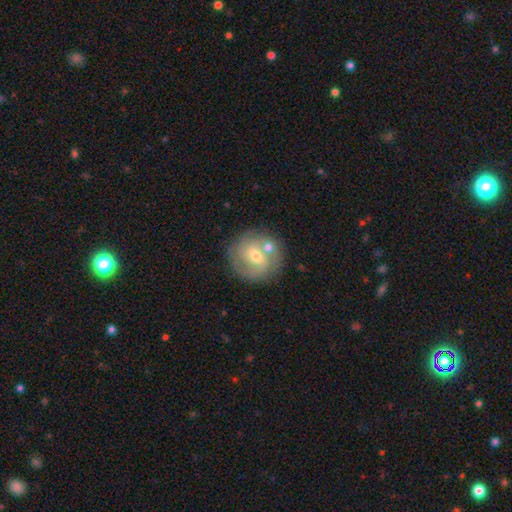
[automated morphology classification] smooth-or-featured: featured or disk: 64% | smooth: 28% | star or artifact: 8%
  disk-edge-on: no: 96% | yes: 4%
    bar: weak: 50% | no: 33% | strong: 17%
    has-spiral-arms: yes: 78% | no: 22%
    bulge-size: moderate: 57% | small: 38% | large: 2% | none: 1% | dominant: 1%
  merging: none: 69% | merger: 14% | minor disturbance: 12% | major disturbance: 4%